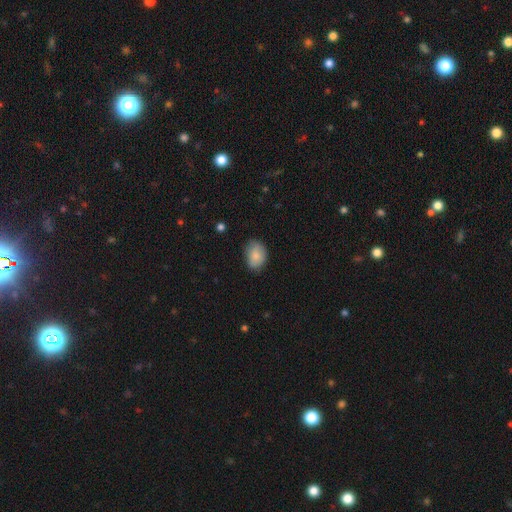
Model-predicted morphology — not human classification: A smooth galaxy with no disk features (84%) that is in between round and cigar-shaped (65%).

Vote fractions:
- Smooth or featured? smooth: 84% / featured or disk: 9% / star or artifact: 7%
- How rounded? in between: 65% / round: 34% / cigar-shaped: 1%
- Merging? none: 74% / minor disturbance: 21% / major disturbance: 4% / merger: 1%